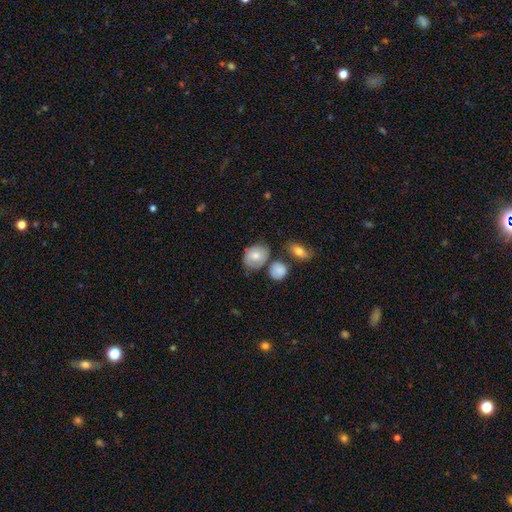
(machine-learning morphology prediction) Smooth or featured?
  - smooth: 66% *
  - featured or disk: 26%
  - star or artifact: 7%
How rounded?
  - in between: 56% *
  - round: 42%
  - cigar-shaped: 1%
Merging?
  - none: 57% *
  - minor disturbance: 23%
  - merger: 13%
  - major disturbance: 7%